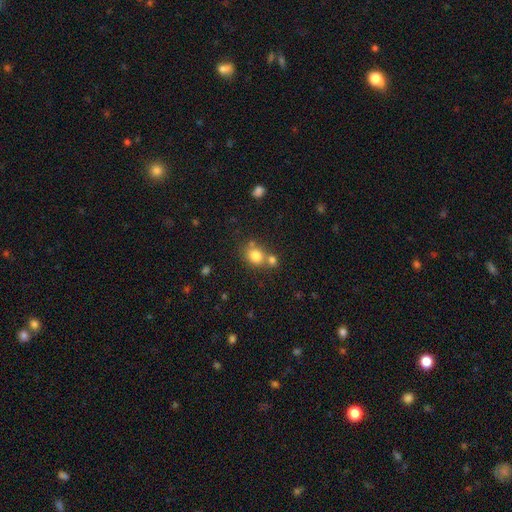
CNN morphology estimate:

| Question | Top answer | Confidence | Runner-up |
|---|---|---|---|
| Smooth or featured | smooth | 79% | star or artifact (12%) |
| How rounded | round | 66% | in between (33%) |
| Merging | none | 52% | merger (34%) |